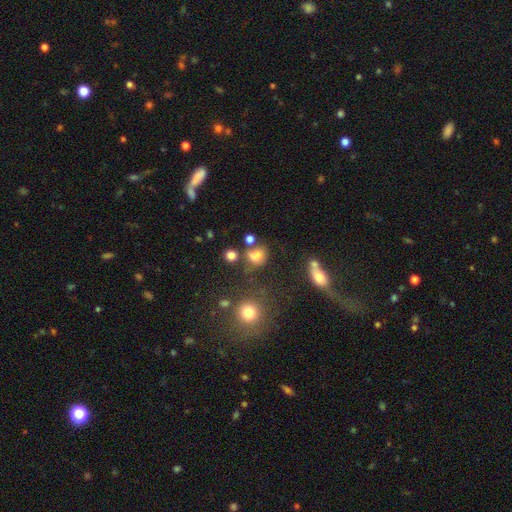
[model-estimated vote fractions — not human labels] Morphology: type=smooth (69%); roundness=round (51%); merging=none (44%).